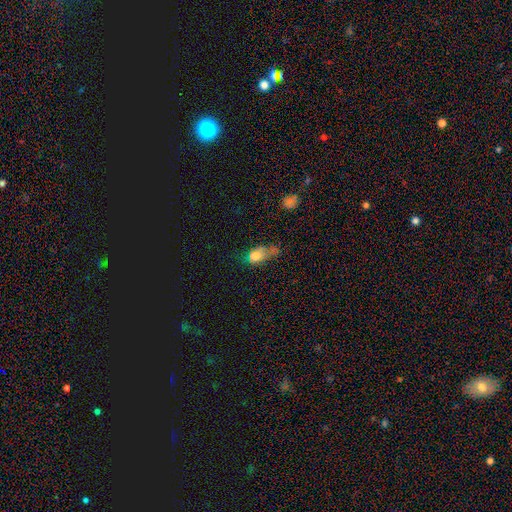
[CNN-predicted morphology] This is likely a smooth galaxy (72%). How rounded: likely in between (71%). Merging: marginally major disturbance (33%).